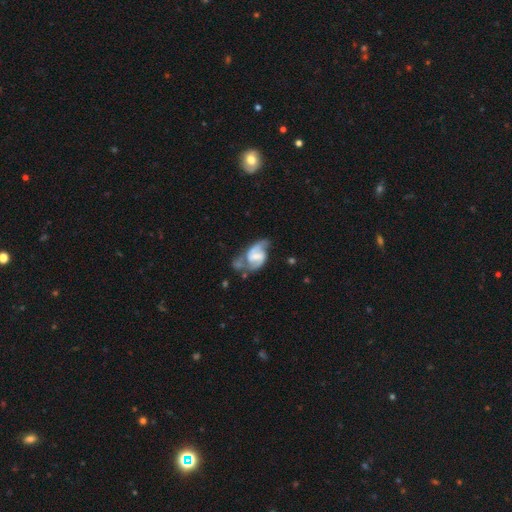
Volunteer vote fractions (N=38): Smooth or featured?
  - featured or disk: 79% *
  - smooth: 13%
  - star or artifact: 8%
Edge-on disk?
  - no: 100% *
  - yes: 0%
Bar?
  - weak: 40% *
  - strong: 30%
  - no: 30%
Spiral arms?
  - yes: 93% *
  - no: 7%
Spiral winding?
  - medium: 43% *
  - loose: 39%
  - tight: 18%
Spiral arm count?
  - 2: 100% *
  - 1: 0%
  - 3: 0%
  - 4: 0%
  - more than 4: 0%
  - can't tell: 0%
Bulge size?
  - small: 63% *
  - moderate: 23%
  - none: 13%
  - dominant: 0%
  - large: 0%
Merging?
  - none: 34% *
  - minor disturbance: 29%
  - major disturbance: 23%
  - merger: 14%